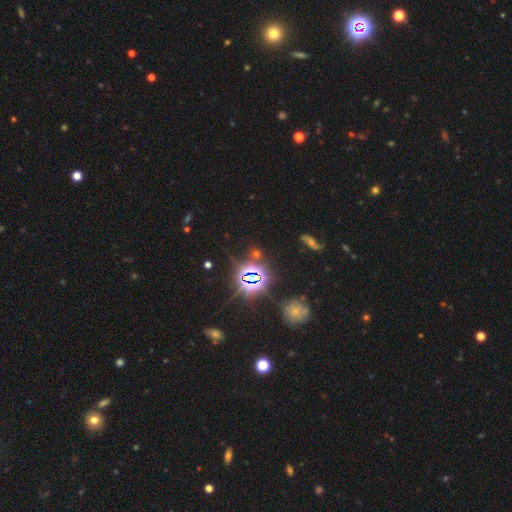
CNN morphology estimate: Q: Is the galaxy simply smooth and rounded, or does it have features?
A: star or artifact — 77%.